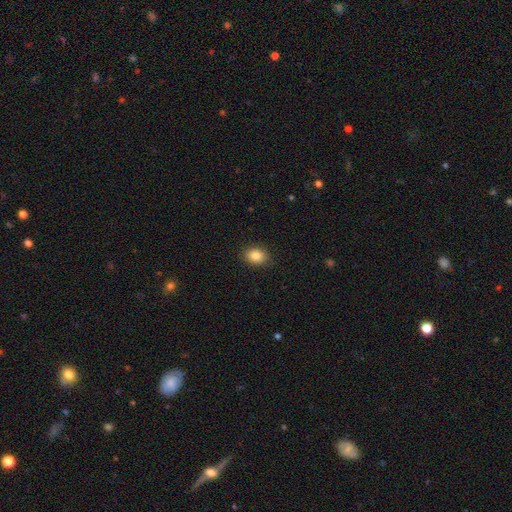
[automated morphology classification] The model was most divided on "how rounded": in between: 64%, round: 35%, cigar-shaped: 1%. More confident: merging — none (88%); smooth or featured — smooth (85%).